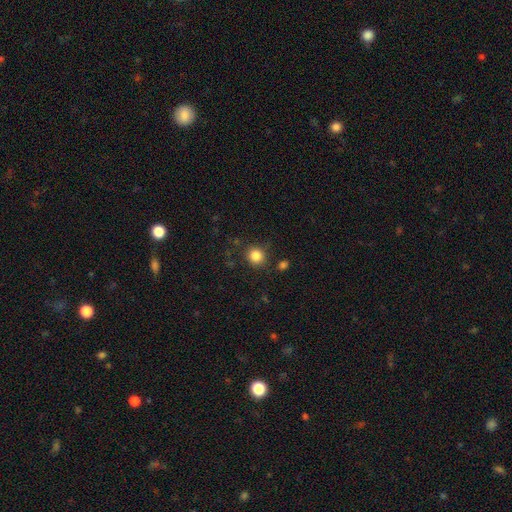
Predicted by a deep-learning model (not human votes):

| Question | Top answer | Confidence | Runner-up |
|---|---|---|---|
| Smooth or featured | smooth | 84% | star or artifact (11%) |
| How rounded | round | 90% | in between (9%) |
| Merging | none | 85% | minor disturbance (9%) |